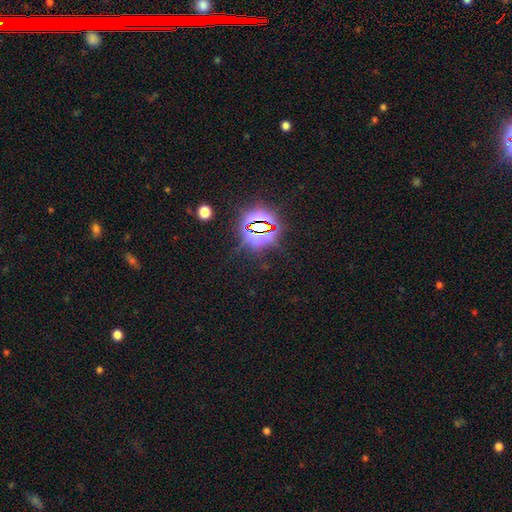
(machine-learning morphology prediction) Overall: star or artifact (84%).